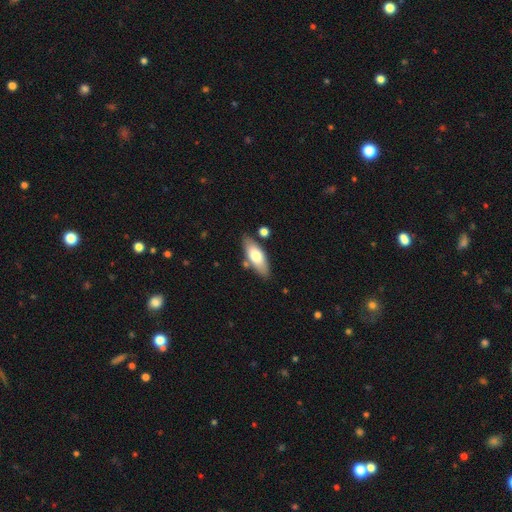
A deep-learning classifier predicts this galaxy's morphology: A smooth galaxy with no disk features (68%) that is in between round and cigar-shaped (70%).

Vote fractions:
- Smooth or featured? smooth: 68% / featured or disk: 26% / star or artifact: 6%
- How rounded? in between: 70% / cigar-shaped: 28% / round: 2%
- Merging? none: 80% / minor disturbance: 12% / merger: 6% / major disturbance: 2%